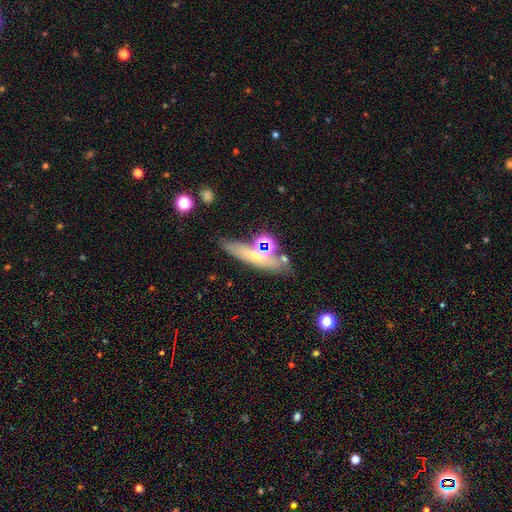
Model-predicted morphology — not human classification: The model was most divided on "smooth or featured" (2-way tie): featured or disk: 43%, smooth: 43%, star or artifact: 14%. More confident: merging — none (67%).